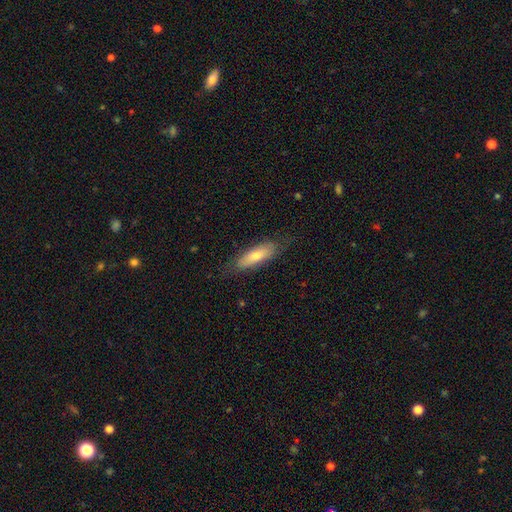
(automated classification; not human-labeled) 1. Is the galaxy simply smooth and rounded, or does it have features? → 67% smooth, 26% featured or disk, 7% star or artifact.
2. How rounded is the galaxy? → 50% cigar-shaped, 48% in between, 2% round.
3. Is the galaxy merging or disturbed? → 76% none, 18% minor disturbance, 5% major disturbance, 1% merger.